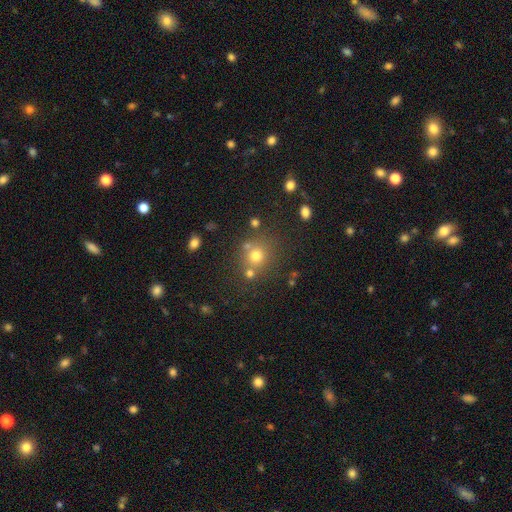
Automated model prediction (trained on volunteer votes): A smooth galaxy with no disk features (69%) that is round (87%).

Vote fractions:
- Smooth or featured? smooth: 69% / star or artifact: 20% / featured or disk: 11%
- How rounded? round: 87% / in between: 12% / cigar-shaped: 1%
- Merging? none: 68% / merger: 17% / minor disturbance: 10% / major disturbance: 4%